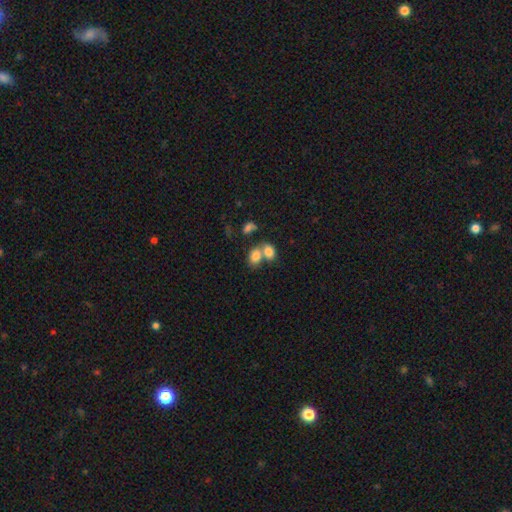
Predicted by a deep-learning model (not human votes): Smooth or featured?
  - smooth: 80% *
  - featured or disk: 11%
  - star or artifact: 9%
How rounded?
  - in between: 70% *
  - round: 29%
  - cigar-shaped: 1%
Merging?
  - merger: 58% *
  - none: 30%
  - minor disturbance: 8%
  - major disturbance: 4%